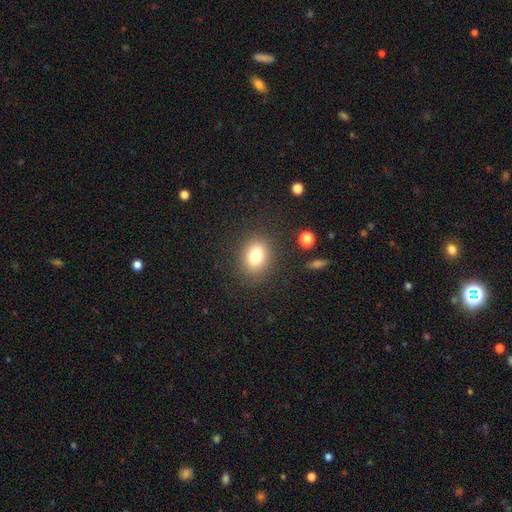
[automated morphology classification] smooth_or_featured: smooth (p=0.78) [alt: star or artifact p=0.11]
how_rounded: in between (p=0.56) [alt: round p=0.43]
merging: none (p=0.84) [alt: minor disturbance p=0.10]